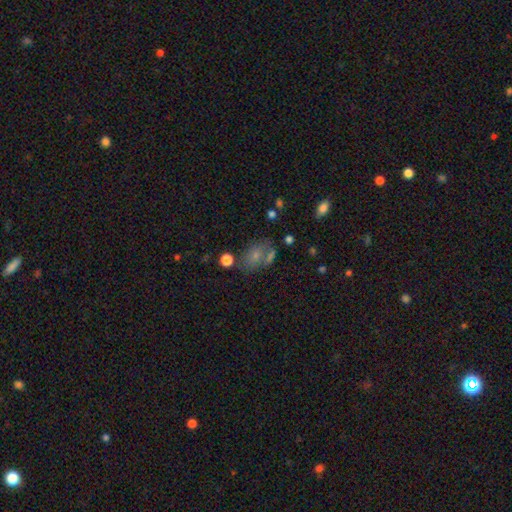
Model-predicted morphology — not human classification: smooth-or-featured: smooth: 66% | featured or disk: 21% | star or artifact: 14%
  how-rounded: in between: 78% | round: 20% | cigar-shaped: 2%
  merging: none: 52% | minor disturbance: 19% | merger: 19% | major disturbance: 9%